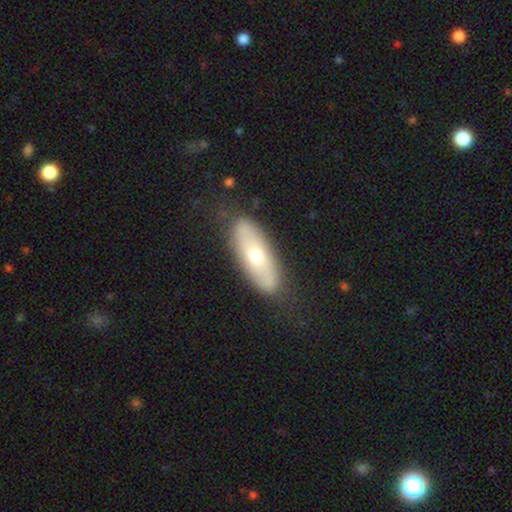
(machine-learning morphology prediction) Smooth or featured? smooth (58%)
How rounded? in between (68%)
Merging? none (81%)